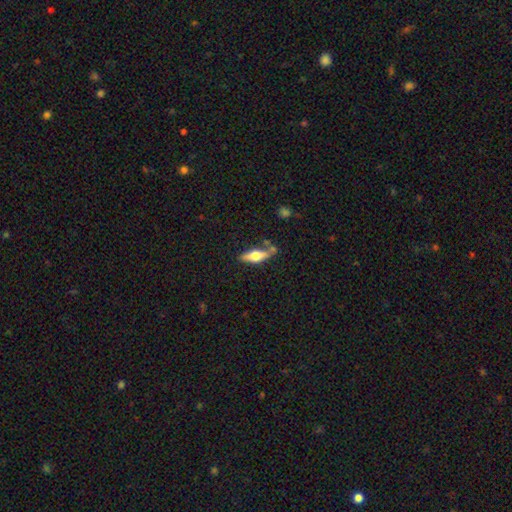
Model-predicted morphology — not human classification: featured or disk 48%, smooth 46%, star or artifact 6%. Down the decision tree: merging — none (65%).